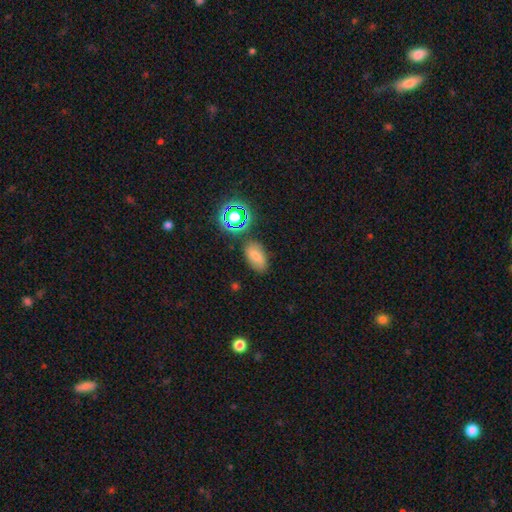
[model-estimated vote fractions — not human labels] A smooth galaxy with no disk features (67%) that is in between round and cigar-shaped (88%). Merging: none (77%).